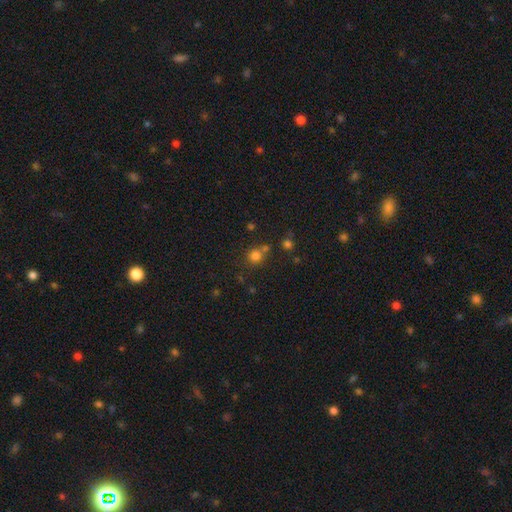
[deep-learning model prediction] A smooth galaxy with no disk features (76%) that is round (88%). Merging: none (65%).